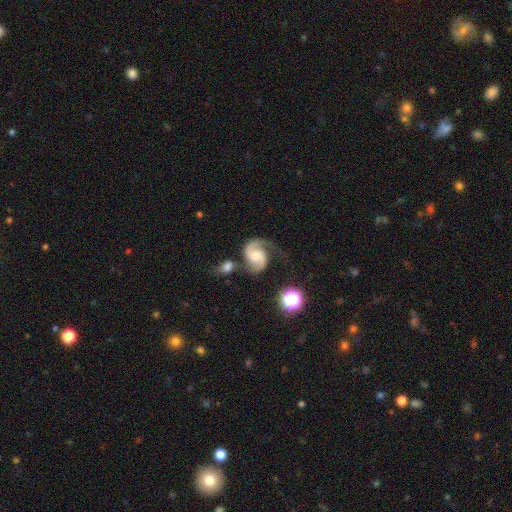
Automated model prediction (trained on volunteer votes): Smooth or featured?
  - featured or disk: 85% *
  - smooth: 9%
  - star or artifact: 6%
Edge-on disk?
  - no: 98% *
  - yes: 2%
Bar?
  - no: 56% *
  - weak: 35%
  - strong: 8%
Spiral arms?
  - yes: 97% *
  - no: 3%
Spiral winding?
  - medium: 54% *
  - loose: 25%
  - tight: 21%
Spiral arm count?
  - 2: 87% *
  - 1: 8%
  - can't tell: 3%
  - 3: 1%
  - 4: 1%
  - more than 4: 1%
Bulge size?
  - moderate: 35% *
  - small: 25%
  - none: 22%
  - large: 16%
  - dominant: 3%
Merging?
  - none: 53% *
  - minor disturbance: 19%
  - merger: 14%
  - major disturbance: 14%